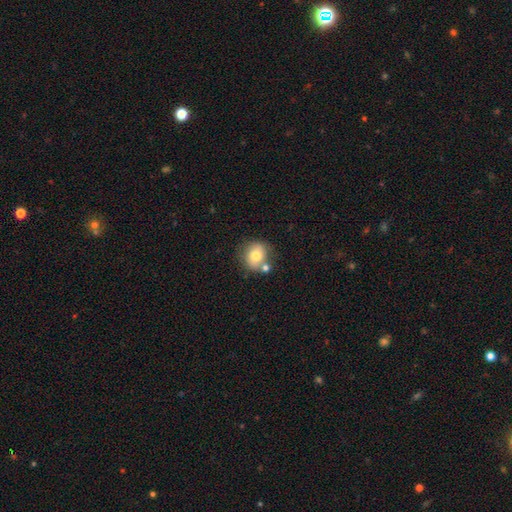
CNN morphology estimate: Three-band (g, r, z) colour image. It shows a smooth galaxy with no disk features (69%) that is round (79%). Merging: none (63%).